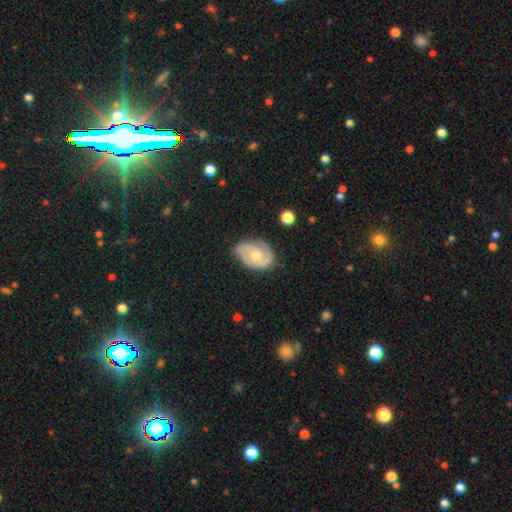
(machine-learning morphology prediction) Smooth or featured? featured or disk (68%)
Edge-on disk? no (97%)
Bar? no (69%)
Spiral arms? yes (87%)
Spiral winding? tight (43%)
Spiral arm count? 2 (61%)
Bulge size? moderate (68%)
Merging? none (61%)